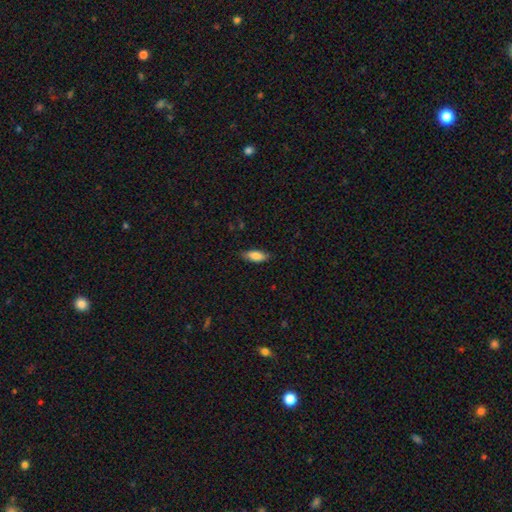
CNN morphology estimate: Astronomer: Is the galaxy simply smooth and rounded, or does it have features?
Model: smooth — 83%.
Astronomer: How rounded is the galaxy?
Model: in between — 78%.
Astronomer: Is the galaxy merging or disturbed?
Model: none — 81%.